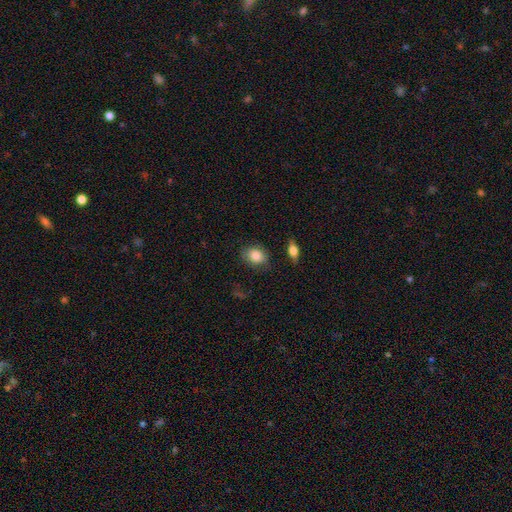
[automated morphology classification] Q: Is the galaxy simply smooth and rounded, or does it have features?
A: smooth — 84%.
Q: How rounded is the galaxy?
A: in between — 55%.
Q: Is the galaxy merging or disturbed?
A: none — 77%.